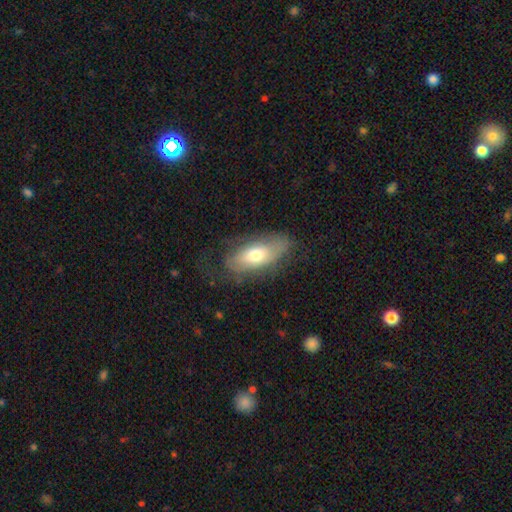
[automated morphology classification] Smooth or featured?
  - smooth: 59% *
  - featured or disk: 34%
  - star or artifact: 7%
How rounded?
  - in between: 83% *
  - cigar-shaped: 14%
  - round: 3%
Merging?
  - none: 60% *
  - minor disturbance: 25%
  - major disturbance: 14%
  - merger: 2%